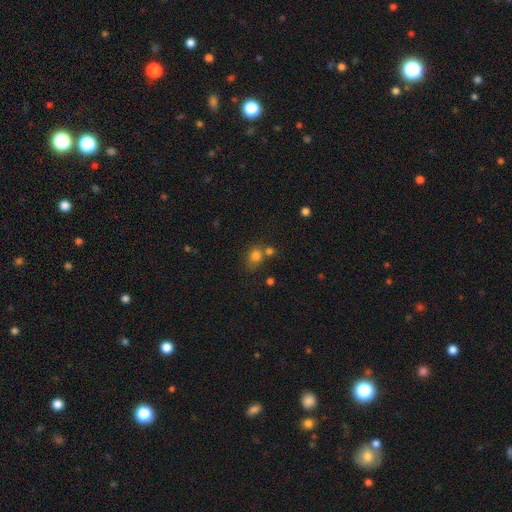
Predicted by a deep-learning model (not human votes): Q: Smooth or featured?
A: smooth (78%); runner-up: star or artifact (14%)
Q: How rounded?
A: round (56%); runner-up: in between (43%)
Q: Merging?
A: none (52%); runner-up: merger (29%)